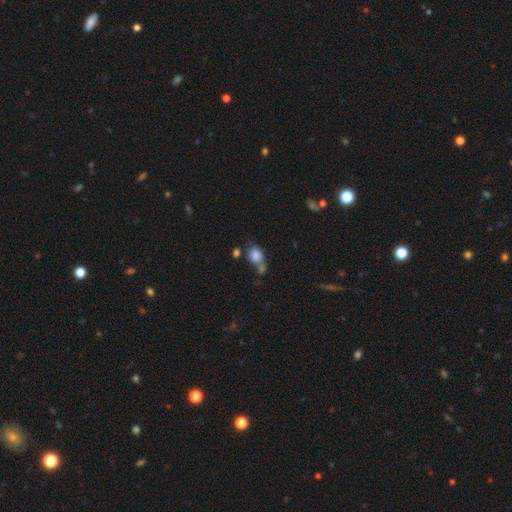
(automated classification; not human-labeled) This appears to be a smooth galaxy with no disk features (82%) that is in between round and cigar-shaped (56%). Merging: none (38%).